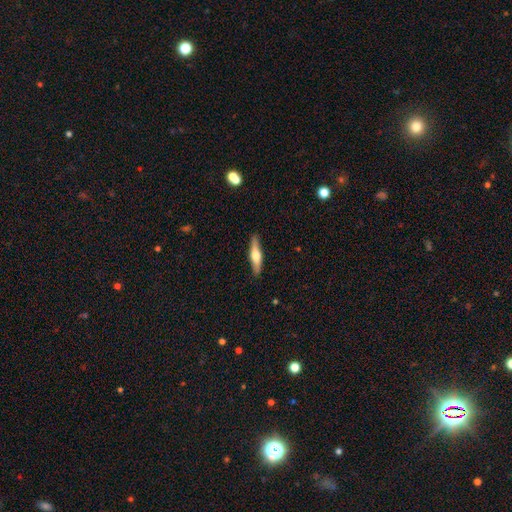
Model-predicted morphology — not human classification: smooth_or_featured: featured or disk (p=0.54) [alt: smooth p=0.40]
disk_edge_on: yes (p=0.94) [alt: no p=0.06]
edge_on_bulge: rounded (p=0.93) [alt: boxy p=0.04]
merging: none (p=0.88) [alt: minor disturbance p=0.09]